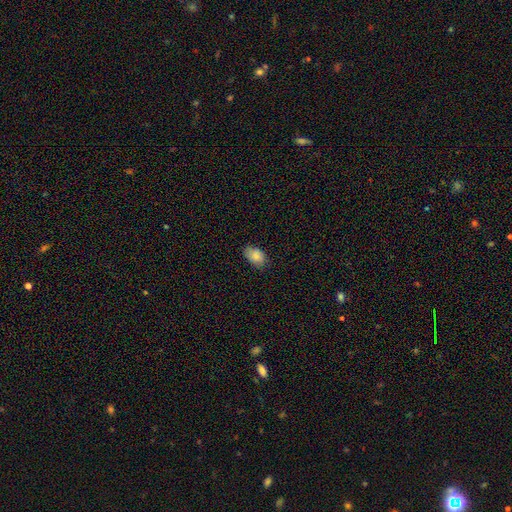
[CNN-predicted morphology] A smooth galaxy with no disk features (86%) that is in between round and cigar-shaped (89%). Merging: none (76%).